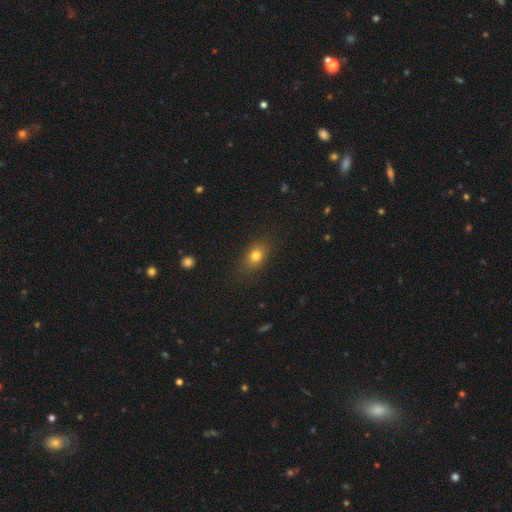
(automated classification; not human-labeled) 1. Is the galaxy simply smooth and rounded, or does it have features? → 79% smooth, 11% star or artifact, 10% featured or disk.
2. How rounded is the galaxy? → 70% in between, 26% round, 4% cigar-shaped.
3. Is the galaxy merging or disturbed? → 83% none, 12% minor disturbance, 4% major disturbance, 1% merger.